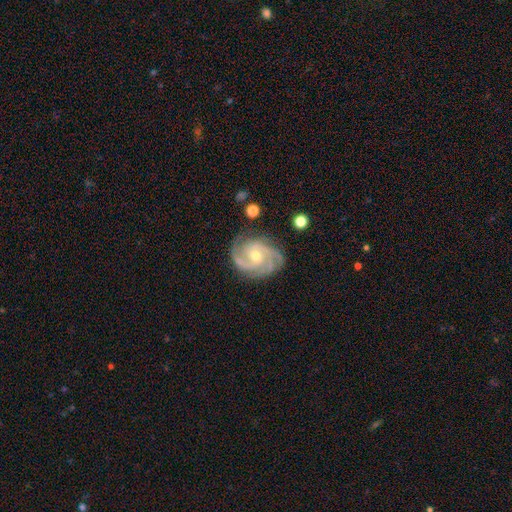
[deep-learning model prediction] Morphology: type=featured or disk (91%); edge-on=no (98%); bar=no (61%); spiral arms=yes (98%); winding=tight (54%); arm count=3 (52%); bulge=small (49%); merging=none (78%).